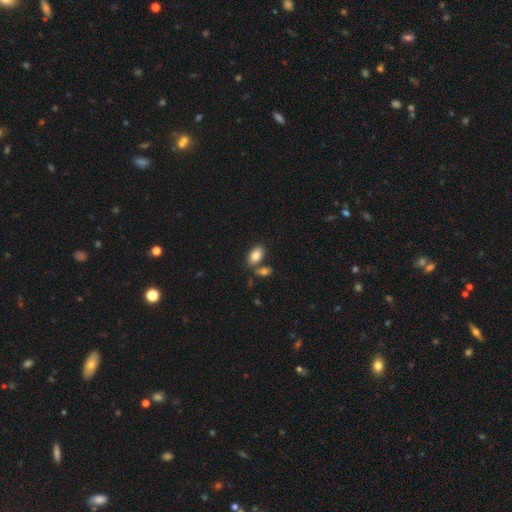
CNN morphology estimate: Smooth or featured?
  - smooth: 84% *
  - featured or disk: 9%
  - star or artifact: 7%
How rounded?
  - in between: 93% *
  - round: 5%
  - cigar-shaped: 3%
Merging?
  - none: 63% *
  - merger: 23%
  - minor disturbance: 11%
  - major disturbance: 3%